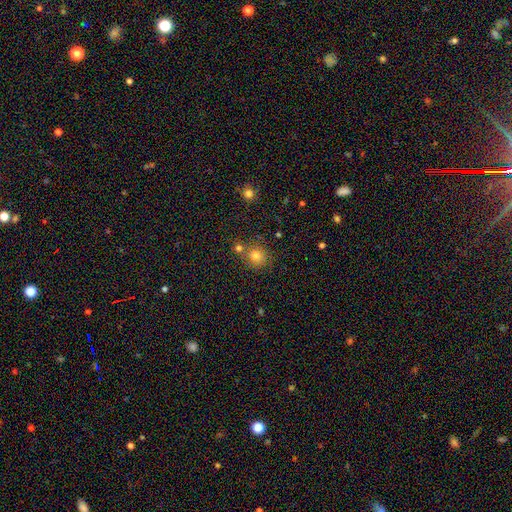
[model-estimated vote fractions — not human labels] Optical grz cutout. It shows a smooth galaxy with no disk features (77%) that is round (85%). Merging: none (66%).